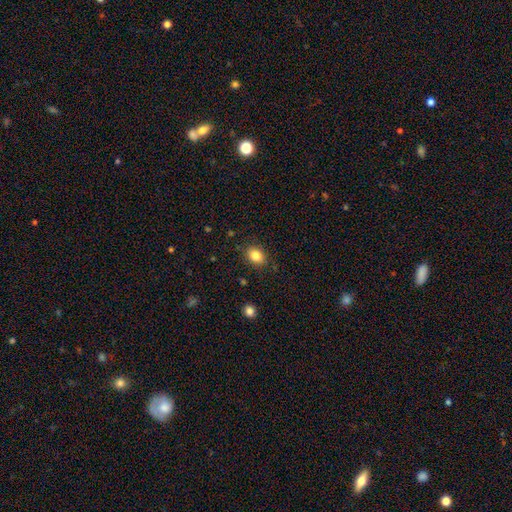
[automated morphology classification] smooth_or_featured: smooth (p=0.84) [alt: star or artifact p=0.09]
how_rounded: in between (p=0.65) [alt: round p=0.34]
merging: none (p=0.85) [alt: minor disturbance p=0.10]